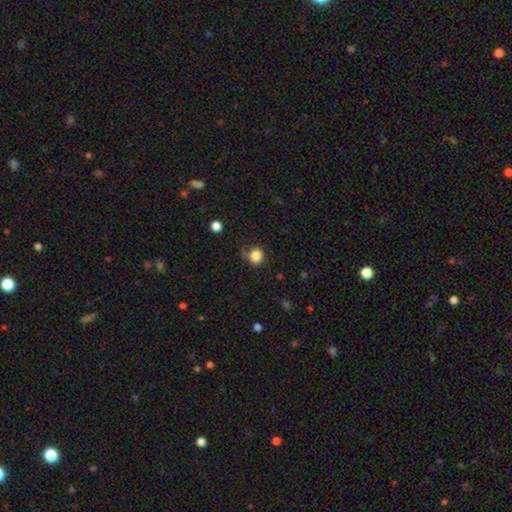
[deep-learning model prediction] The model was most divided on "merging": none: 71%, minor disturbance: 20%, major disturbance: 6%, merger: 3%. More confident: how rounded — round (85%); smooth or featured — smooth (84%).